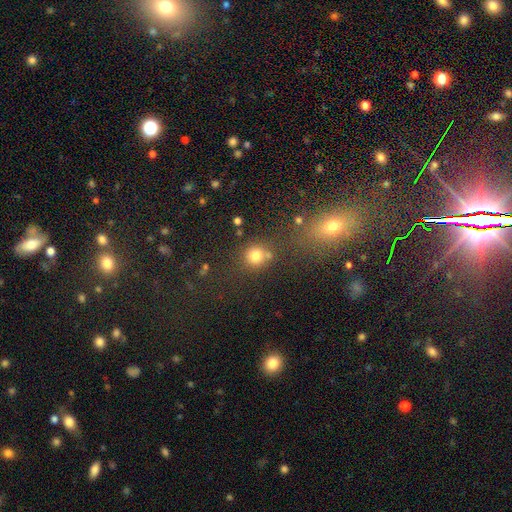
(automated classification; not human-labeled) Smooth or featured?
  - smooth: 78% *
  - star or artifact: 15%
  - featured or disk: 7%
How rounded?
  - round: 87% *
  - in between: 12%
  - cigar-shaped: 1%
Merging?
  - none: 62% *
  - merger: 19%
  - minor disturbance: 12%
  - major disturbance: 6%